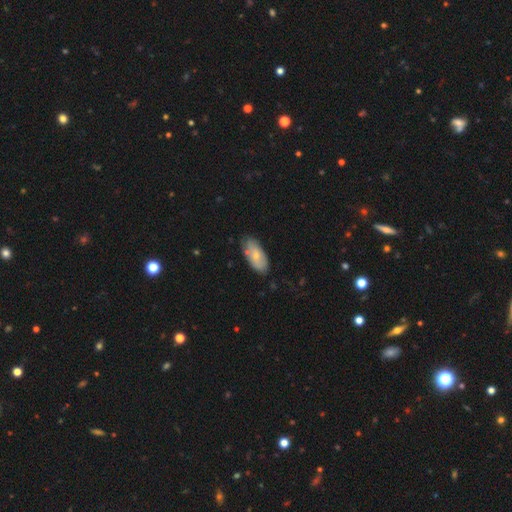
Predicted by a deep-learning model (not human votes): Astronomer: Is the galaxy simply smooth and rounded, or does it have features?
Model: smooth — 68%.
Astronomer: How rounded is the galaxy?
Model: in between — 91%.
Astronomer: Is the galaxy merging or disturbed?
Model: none — 74%.